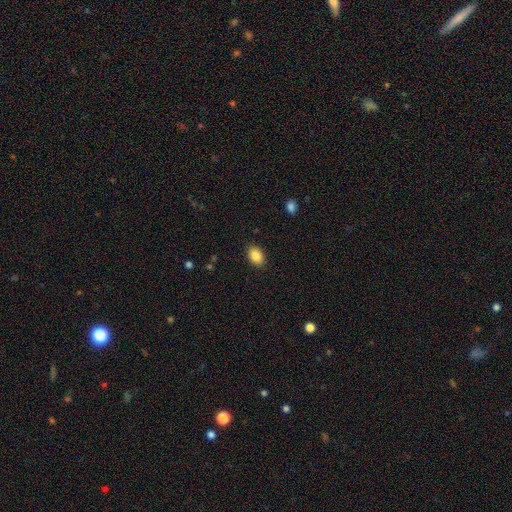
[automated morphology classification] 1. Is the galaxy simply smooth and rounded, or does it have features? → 87% smooth, 8% star or artifact, 5% featured or disk.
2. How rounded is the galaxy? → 82% in between, 17% round, 1% cigar-shaped.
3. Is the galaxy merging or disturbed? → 88% none, 9% minor disturbance, 2% major disturbance, 1% merger.